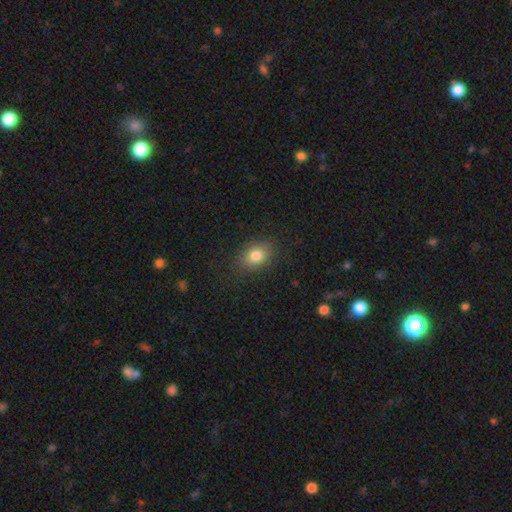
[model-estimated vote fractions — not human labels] Smooth or featured? Predicted: smooth (p=0.82). How rounded? Predicted: in between (p=0.69). Merging? Predicted: none (p=0.85).